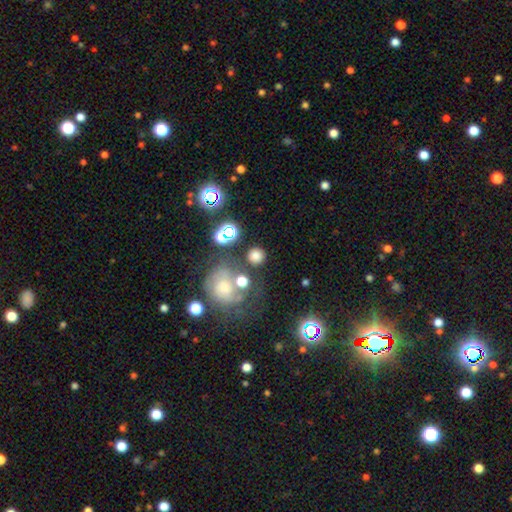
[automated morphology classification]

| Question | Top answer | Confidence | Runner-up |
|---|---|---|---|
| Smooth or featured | smooth | 74% | star or artifact (16%) |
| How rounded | round | 90% | in between (9%) |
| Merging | none | 77% | minor disturbance (10%) |